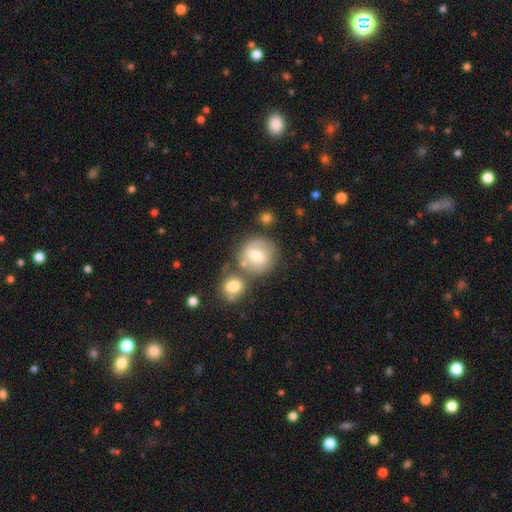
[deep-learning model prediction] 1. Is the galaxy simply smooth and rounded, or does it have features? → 49% featured or disk, 42% smooth, 9% star or artifact.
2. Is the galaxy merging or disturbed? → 59% none, 22% merger, 14% minor disturbance, 6% major disturbance.